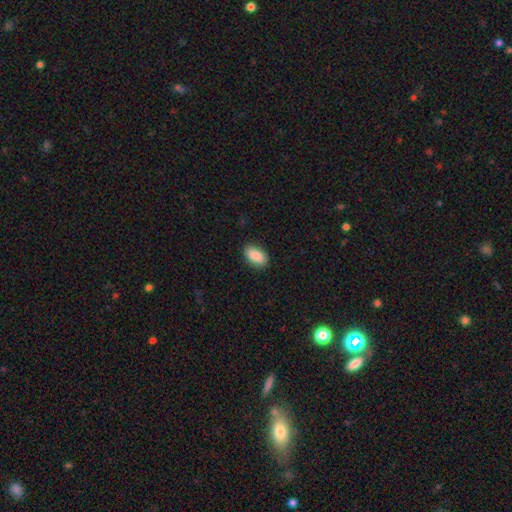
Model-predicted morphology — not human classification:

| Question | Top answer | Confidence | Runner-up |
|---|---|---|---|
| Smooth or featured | smooth | 89% | star or artifact (7%) |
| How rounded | in between | 93% | round (4%) |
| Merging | none | 85% | minor disturbance (11%) |